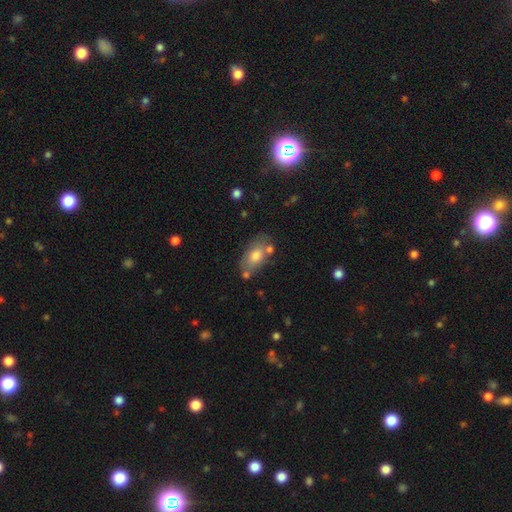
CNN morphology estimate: A smooth galaxy with no disk features (72%) that is in between round and cigar-shaped (89%).

Vote fractions:
- Smooth or featured? smooth: 72% / featured or disk: 20% / star or artifact: 7%
- How rounded? in between: 89% / round: 8% / cigar-shaped: 3%
- Merging? none: 61% / minor disturbance: 19% / merger: 14% / major disturbance: 6%